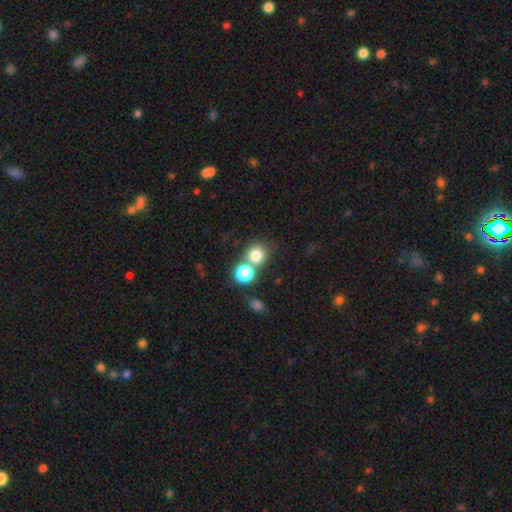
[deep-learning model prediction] A smooth galaxy with no disk features (78%) that is round (84%). Merging: none (52%).